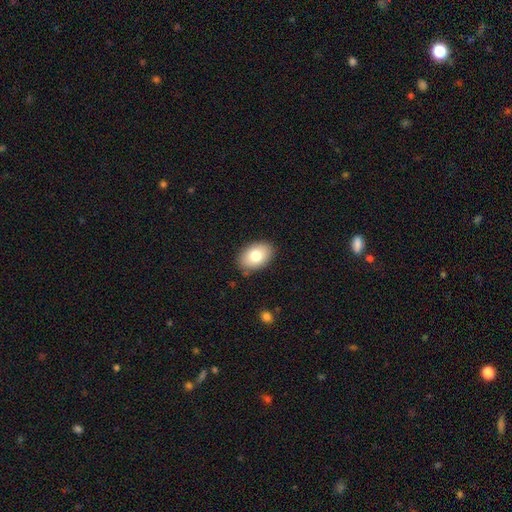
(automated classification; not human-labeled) Smooth or featured? Predicted: smooth (p=0.78). How rounded? Predicted: in between (p=0.86). Merging? Predicted: none (p=0.86).